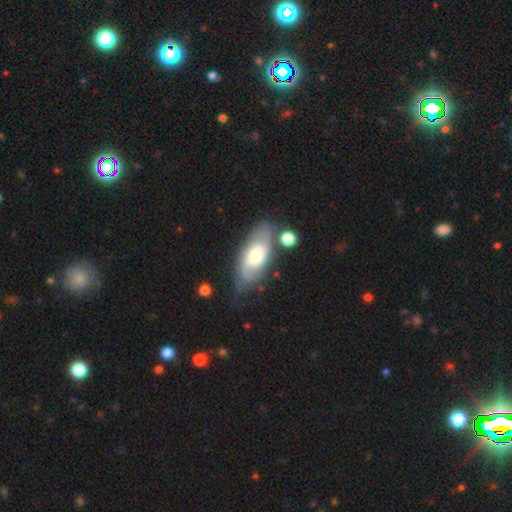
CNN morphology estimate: Smooth or featured: featured or disk — 59% (smooth — 35%)
Edge-on disk: no — 88% (yes — 12%)
Bar: no — 60% (weak — 32%)
Spiral arms: yes — 82% (no — 18%)
Bulge size: moderate — 42% (large — 35%)
Merging: none — 59% (minor disturbance — 20%)